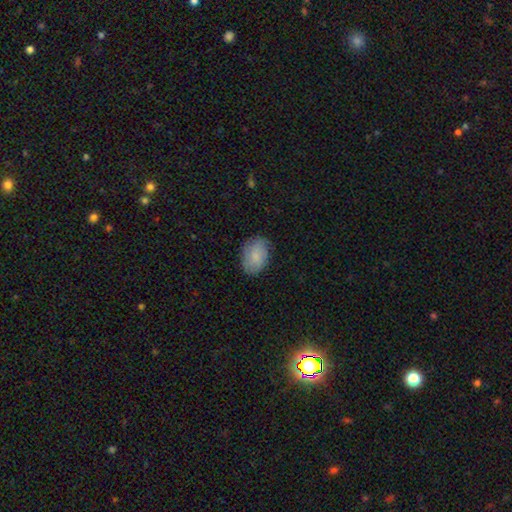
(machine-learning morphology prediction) smooth-or-featured: smooth: 76% | featured or disk: 17% | star or artifact: 7%
  how-rounded: in between: 82% | round: 17% | cigar-shaped: 1%
  merging: none: 78% | minor disturbance: 17% | major disturbance: 4% | merger: 1%